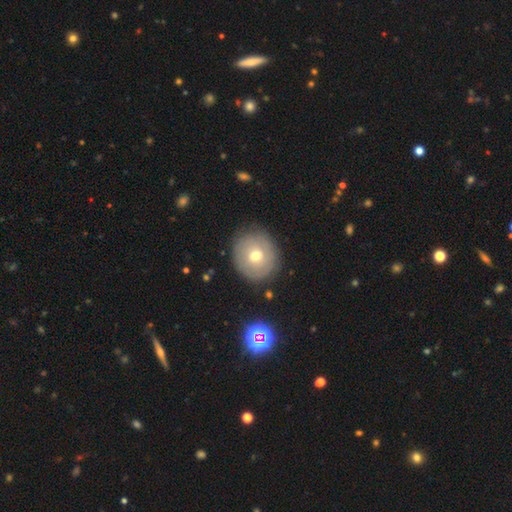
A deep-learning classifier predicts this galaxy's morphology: smooth_or_featured: smooth (p=0.55) [alt: featured or disk p=0.35]
how_rounded: round (p=0.84) [alt: in between p=0.15]
merging: none (p=0.83) [alt: minor disturbance p=0.12]